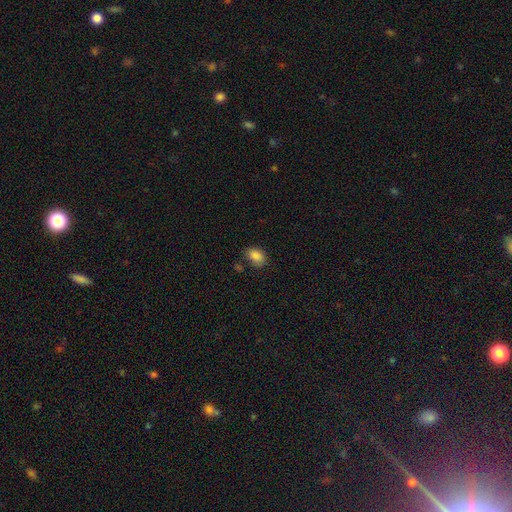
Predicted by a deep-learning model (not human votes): A smooth galaxy with no disk features (86%) that is in between round and cigar-shaped (82%).

Vote fractions:
- Smooth or featured? smooth: 86% / star or artifact: 9% / featured or disk: 5%
- How rounded? in between: 82% / round: 17% / cigar-shaped: 1%
- Merging? none: 73% / minor disturbance: 18% / merger: 5% / major disturbance: 4%